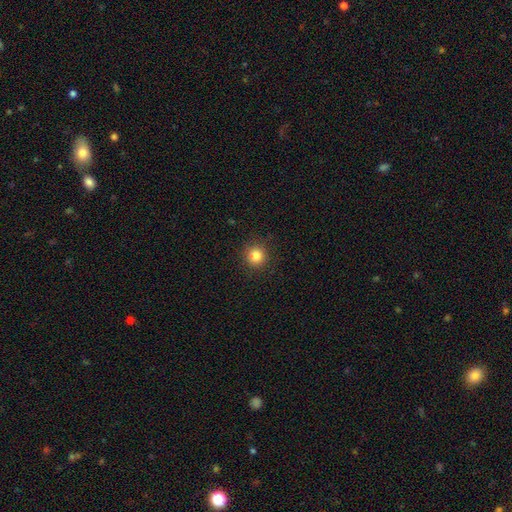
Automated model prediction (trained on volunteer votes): Overall: smooth (84%). How rounded: round (93%). Merging: none (90%).